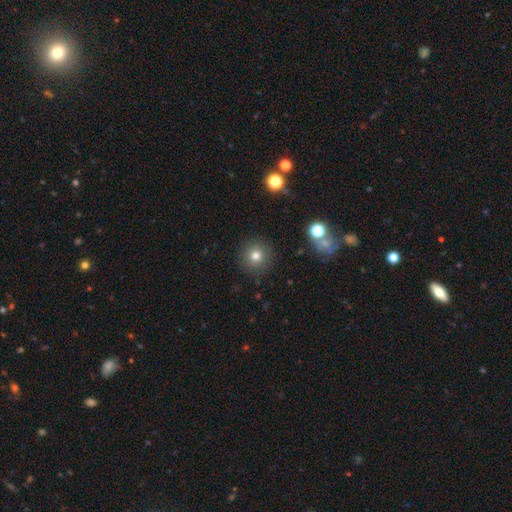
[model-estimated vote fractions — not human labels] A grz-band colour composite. It shows a smooth galaxy with no disk features (77%) that is round (95%). Merging: none (89%).